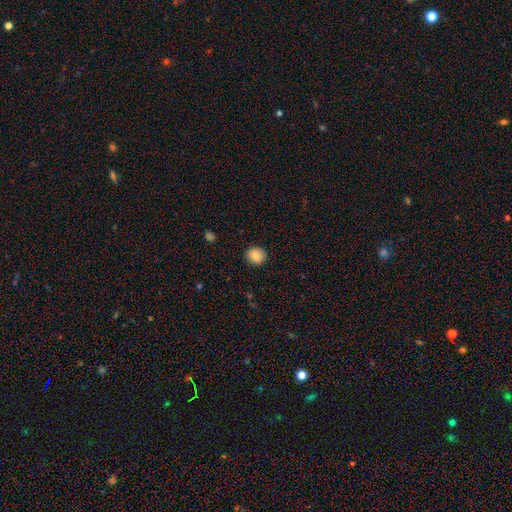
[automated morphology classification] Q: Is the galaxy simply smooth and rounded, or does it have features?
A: smooth — 87%.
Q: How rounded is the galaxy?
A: round — 75%.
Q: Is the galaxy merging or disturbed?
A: none — 88%.